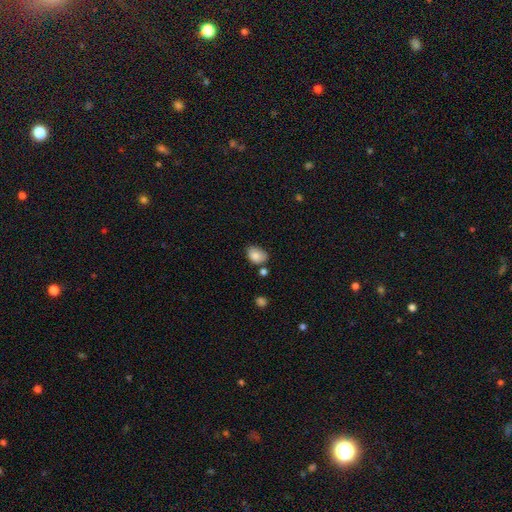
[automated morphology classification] A smooth galaxy with no disk features (83%) that is in between round and cigar-shaped (77%).

Vote fractions:
- Smooth or featured? smooth: 83% / featured or disk: 9% / star or artifact: 8%
- How rounded? in between: 77% / round: 22% / cigar-shaped: 1%
- Merging? none: 55% / minor disturbance: 30% / merger: 8% / major disturbance: 7%